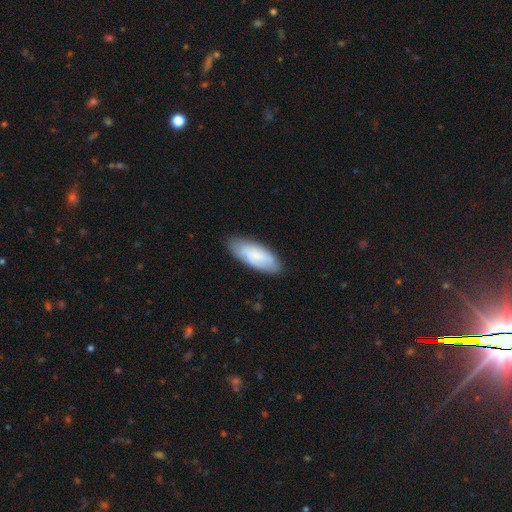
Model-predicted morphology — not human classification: Q: Smooth or featured?
A: smooth (73%); runner-up: featured or disk (21%)
Q: How rounded?
A: in between (77%); runner-up: cigar-shaped (21%)
Q: Merging?
A: none (80%); runner-up: minor disturbance (15%)